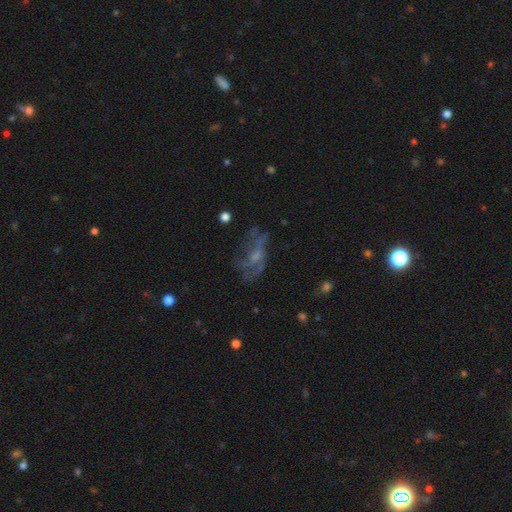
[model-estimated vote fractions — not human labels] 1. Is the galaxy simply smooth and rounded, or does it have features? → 65% featured or disk, 18% smooth, 16% star or artifact.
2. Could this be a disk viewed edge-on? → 93% no, 7% yes.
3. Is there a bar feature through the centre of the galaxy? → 59% no, 33% weak, 8% strong.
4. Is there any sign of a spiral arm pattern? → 63% yes, 37% no.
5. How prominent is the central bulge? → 50% small, 26% moderate, 20% none, 2% large, 1% dominant.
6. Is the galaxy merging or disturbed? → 48% none, 29% major disturbance, 19% minor disturbance, 3% merger.